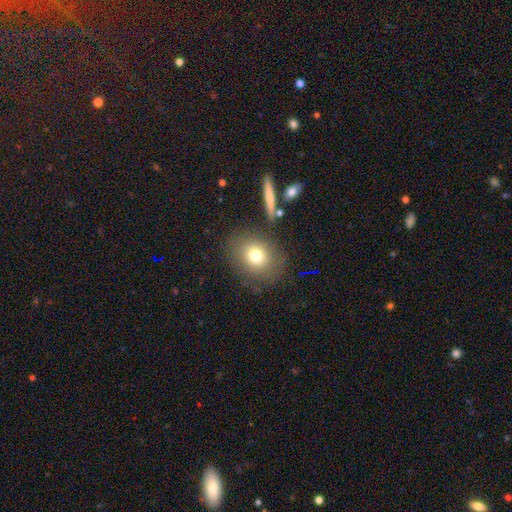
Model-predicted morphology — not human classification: Smooth or featured: smooth — 75% (featured or disk — 13%)
How rounded: round — 65% (in between — 34%)
Merging: none — 79% (minor disturbance — 11%)